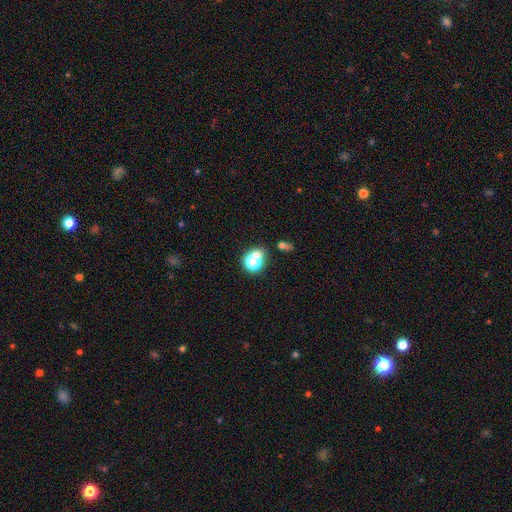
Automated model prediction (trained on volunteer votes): Smooth or featured? smooth (64%)
How rounded? round (61%)
Merging? merger (49%)